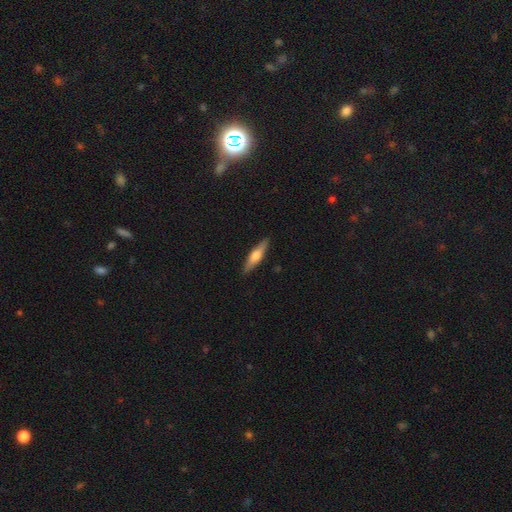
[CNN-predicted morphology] Smooth or featured?
  - smooth: 51% *
  - featured or disk: 44%
  - star or artifact: 5%
How rounded?
  - cigar-shaped: 76% *
  - in between: 22%
  - round: 2%
Merging?
  - none: 90% *
  - minor disturbance: 8%
  - major disturbance: 2%
  - merger: 1%